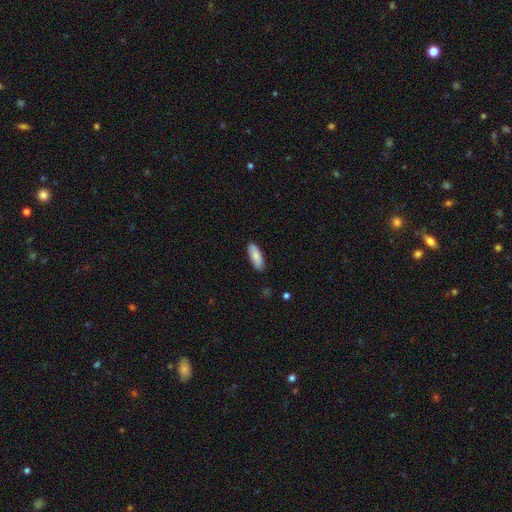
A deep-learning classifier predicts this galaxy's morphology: smooth_or_featured: smooth (p=0.85) [alt: featured or disk p=0.09]
how_rounded: in between (p=0.65) [alt: cigar-shaped p=0.33]
merging: none (p=0.88) [alt: minor disturbance p=0.09]